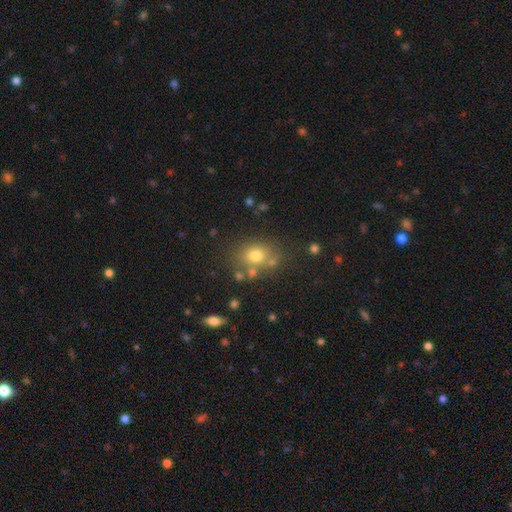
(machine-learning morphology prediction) Smooth or featured? Predicted: smooth (p=0.71). How rounded? Predicted: round (p=0.55). Merging? Predicted: none (p=0.70).